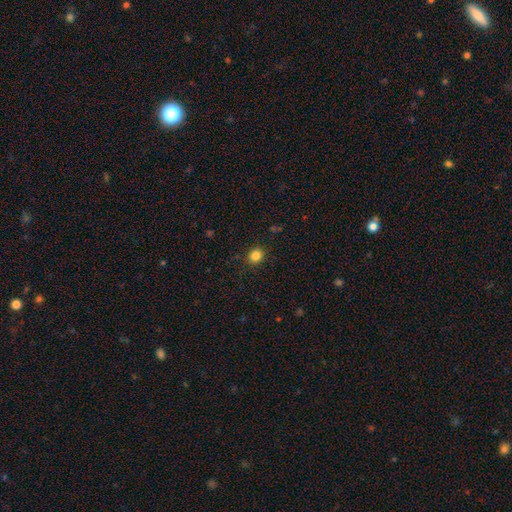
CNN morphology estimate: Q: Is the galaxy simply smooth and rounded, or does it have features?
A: smooth — 84%.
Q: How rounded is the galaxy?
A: round — 68%.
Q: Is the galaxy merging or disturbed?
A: none — 89%.